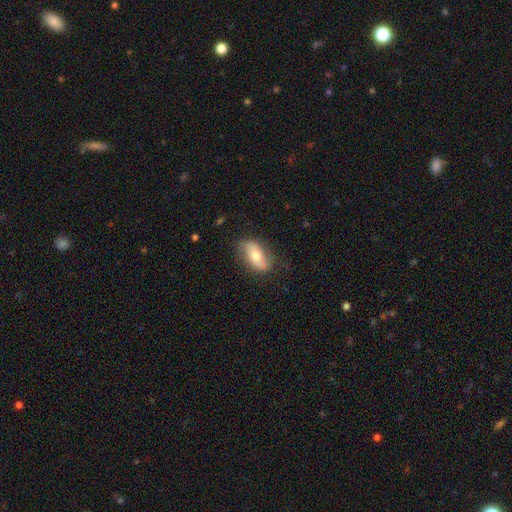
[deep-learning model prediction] smooth-or-featured: smooth: 58% | featured or disk: 36% | star or artifact: 7%
  how-rounded: in between: 85% | cigar-shaped: 10% | round: 5%
  merging: none: 76% | minor disturbance: 18% | major disturbance: 4% | merger: 1%